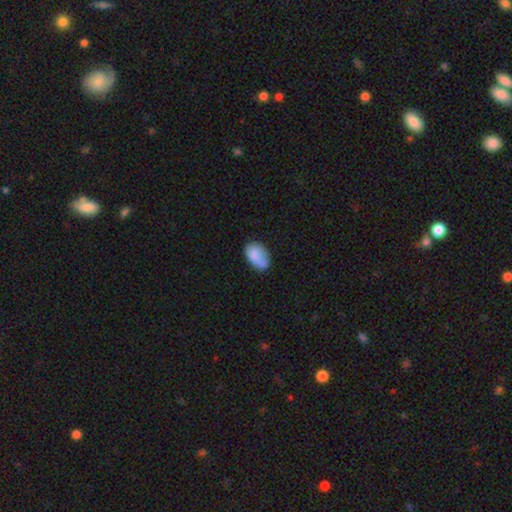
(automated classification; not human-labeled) smooth_or_featured: smooth (p=0.79) [alt: featured or disk p=0.13]
how_rounded: in between (p=0.88) [alt: round p=0.11]
merging: none (p=0.50) [alt: minor disturbance p=0.29]